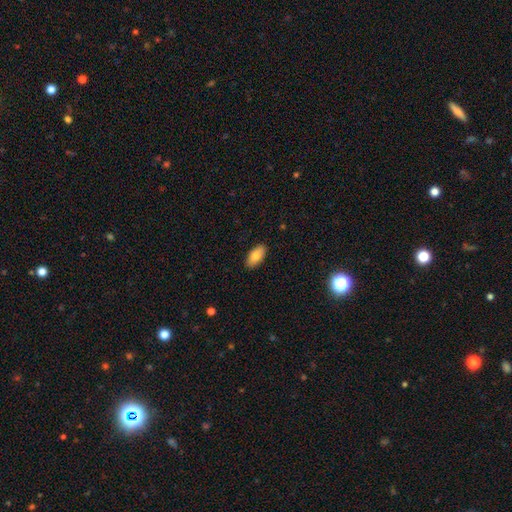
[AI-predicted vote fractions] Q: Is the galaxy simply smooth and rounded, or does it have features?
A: smooth — 81%.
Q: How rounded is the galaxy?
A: in between — 92%.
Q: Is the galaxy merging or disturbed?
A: none — 89%.